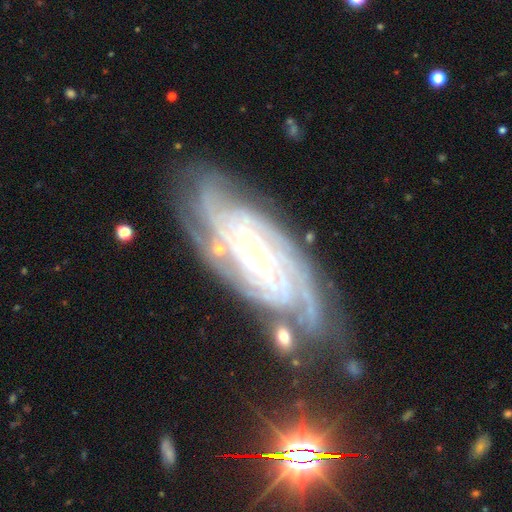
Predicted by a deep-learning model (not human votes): A featured or disk galaxy (88%) with no bar (67%), 4 (29%) tight (79%) spiral arms (98%) and a small central bulge (83%).

Vote fractions:
- Smooth or featured? featured or disk: 88% / star or artifact: 7% / smooth: 5%
- Edge-on disk? no: 93% / yes: 7%
- Bar? no: 67% / weak: 23% / strong: 10%
- Spiral arms? yes: 98% / no: 2%
- Spiral winding? tight: 79% / medium: 18% / loose: 3%
- Spiral arm count? 4: 29% / more than 4: 21% / can't tell: 20% / 3: 14% / 2: 9% / 1: 6%
- Bulge size? small: 83% / moderate: 11% / none: 4% / large: 1% / dominant: 1%
- Merging? none: 74% / minor disturbance: 17% / major disturbance: 6% / merger: 3%